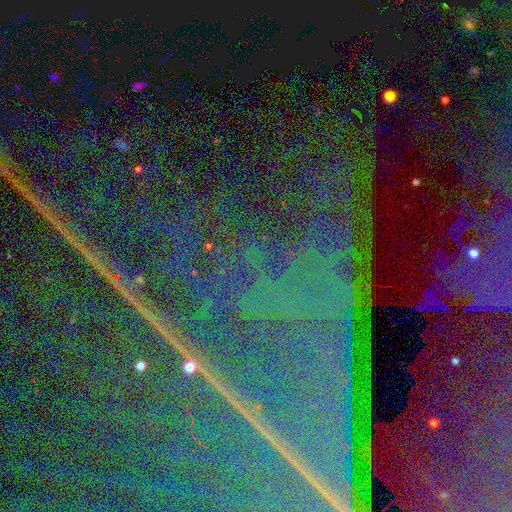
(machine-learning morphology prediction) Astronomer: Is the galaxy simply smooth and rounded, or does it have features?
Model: star or artifact — 89%.